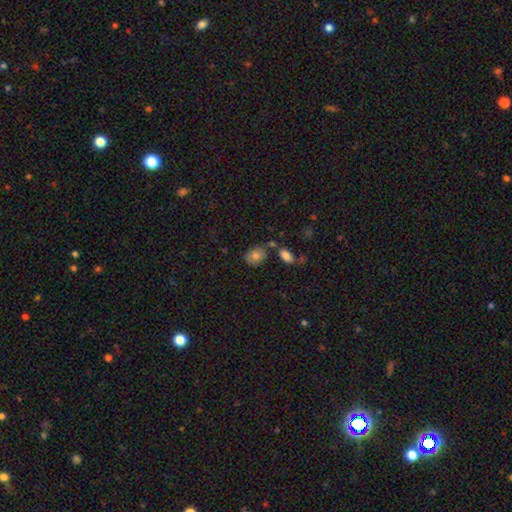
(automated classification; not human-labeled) smooth-or-featured: smooth: 79% | featured or disk: 12% | star or artifact: 9%
  how-rounded: in between: 64% | round: 35% | cigar-shaped: 1%
  merging: none: 64% | minor disturbance: 19% | merger: 12% | major disturbance: 5%